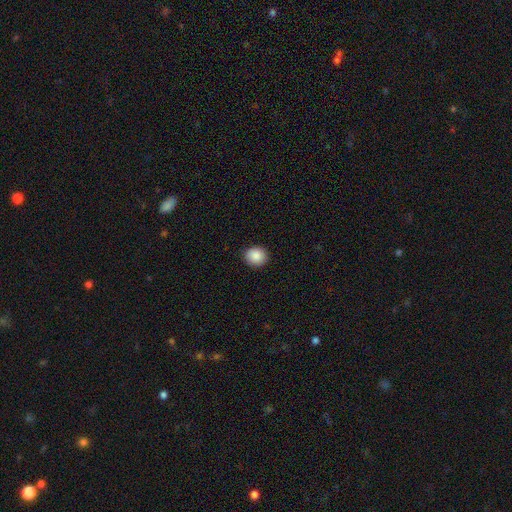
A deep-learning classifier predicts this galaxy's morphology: This appears to be a smooth galaxy with no disk features (89%) that is round (71%). Merging: none (90%).